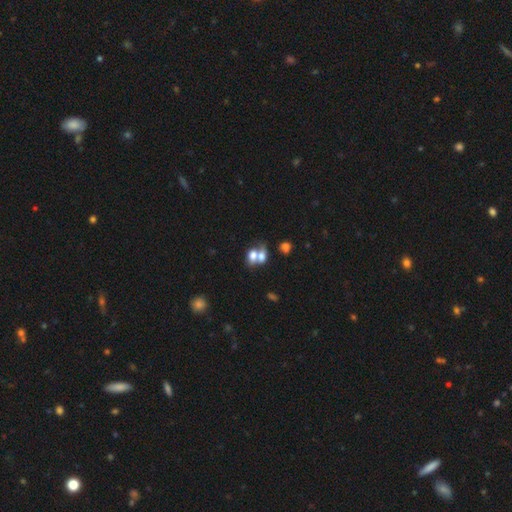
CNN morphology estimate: Smooth or featured?
  - smooth: 68% *
  - featured or disk: 20%
  - star or artifact: 12%
How rounded?
  - in between: 71% *
  - round: 27%
  - cigar-shaped: 2%
Merging?
  - merger: 66% *
  - none: 22%
  - minor disturbance: 7%
  - major disturbance: 5%